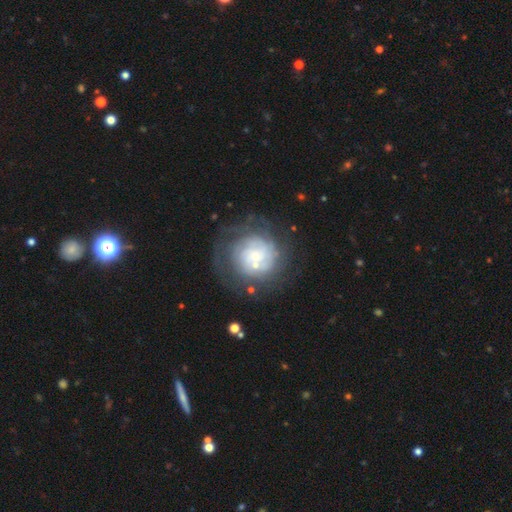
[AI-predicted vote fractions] Overall: featured or disk (63%; smooth 27%). Edge-on disk: no (98%). Bar: no (78%). Spiral arms: yes (74%). Bulge size: small (52%; moderate 21%). Merging: none (60%).